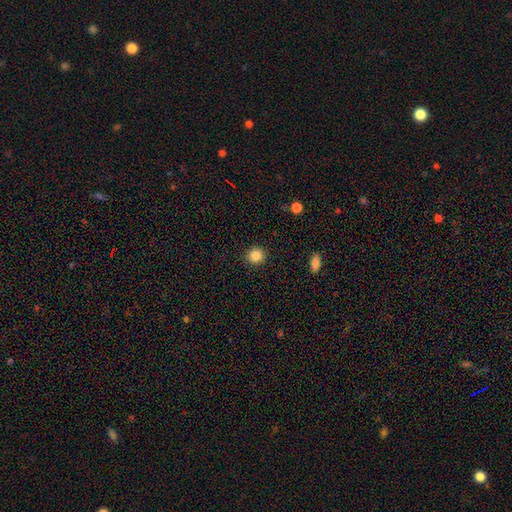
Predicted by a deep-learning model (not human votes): smooth 86%, star or artifact 10%, featured or disk 4%. Down the decision tree: how rounded — round (90%); merging — none (92%).